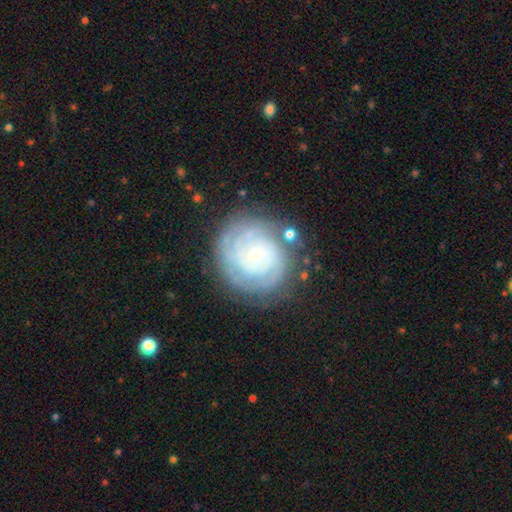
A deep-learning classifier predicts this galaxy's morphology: Smooth or featured: featured or disk — 81% (smooth — 12%)
Edge-on disk: no — 97% (yes — 3%)
Bar: no — 80% (weak — 15%)
Spiral arms: yes — 93% (no — 7%)
Spiral winding: tight — 82% (medium — 14%)
Spiral arm count: can't tell — 33% (2 — 21%)
Bulge size: small — 71% (moderate — 26%)
Merging: none — 78% (minor disturbance — 14%)